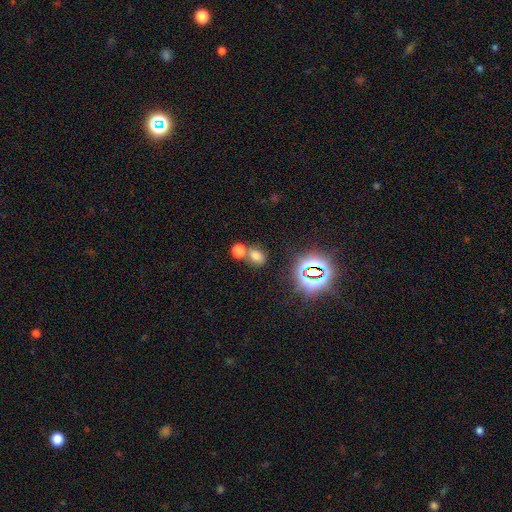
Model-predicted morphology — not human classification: Overall: smooth (66%). How rounded: in between (60%; round 38%). Merging: none (51%; merger 36%).